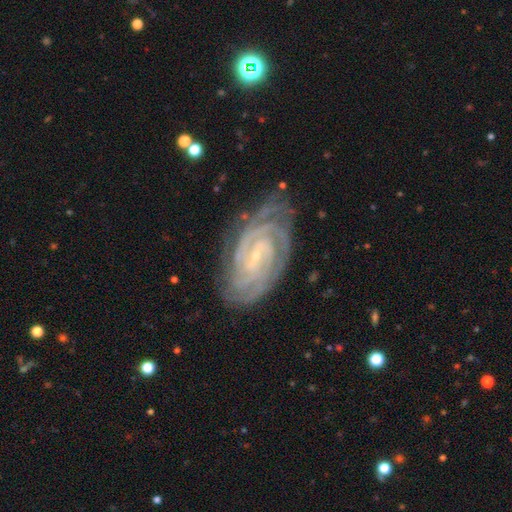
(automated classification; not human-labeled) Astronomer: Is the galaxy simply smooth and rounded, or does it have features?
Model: featured or disk — 91%.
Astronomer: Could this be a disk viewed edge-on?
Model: no — 97%.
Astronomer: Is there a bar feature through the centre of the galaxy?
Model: weak — 41% (runner-up: no, 38%).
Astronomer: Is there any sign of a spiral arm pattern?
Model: yes — 99%.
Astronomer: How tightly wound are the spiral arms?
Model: tight — 82%.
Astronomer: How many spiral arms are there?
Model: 2 — 34% (runner-up: 3, 21%).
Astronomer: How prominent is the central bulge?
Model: small — 85%.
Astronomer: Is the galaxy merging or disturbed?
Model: none — 76%.